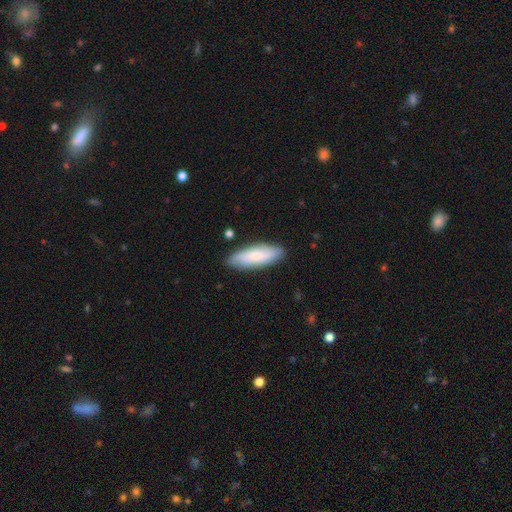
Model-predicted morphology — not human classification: type=smooth (67%); roundness=in between (54%); merging=none (86%).